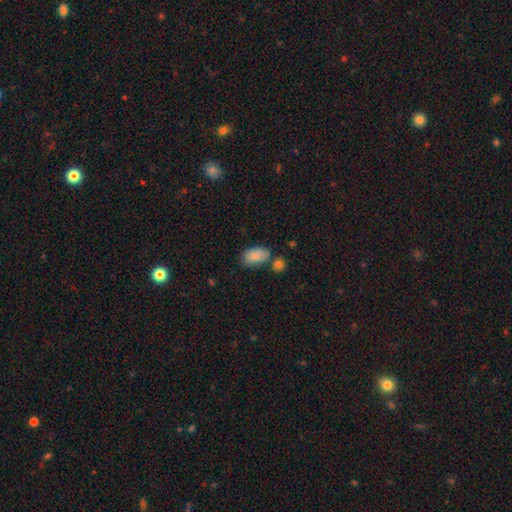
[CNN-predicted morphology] This is clearly a smooth galaxy (83%). How rounded: clearly in between (92%). Merging: likely none (63%).